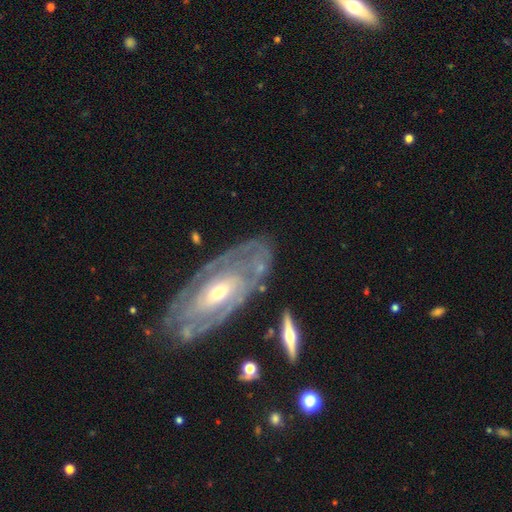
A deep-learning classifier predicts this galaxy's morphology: This is clearly a featured or disk galaxy (83%). It is clearly not viewed edge-on (90%). Bar: possibly no (52%). Spiral arm pattern: clearly yes (82%). Spiral arm count: possibly can't tell (45%). Spiral winding: likely tight (73%). Central bulge: possibly moderate (50%). Merging: likely none (77%).